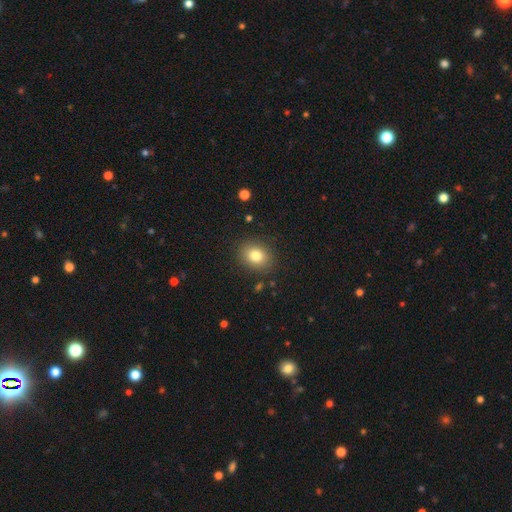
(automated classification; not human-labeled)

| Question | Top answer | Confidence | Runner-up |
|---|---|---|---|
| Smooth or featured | smooth | 81% | star or artifact (11%) |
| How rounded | round | 56% | in between (43%) |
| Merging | none | 87% | minor disturbance (9%) |